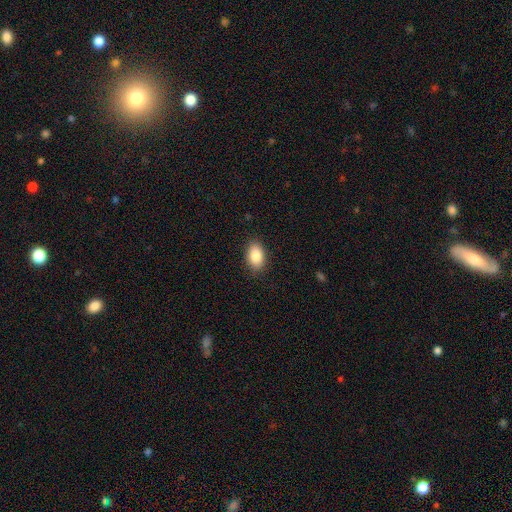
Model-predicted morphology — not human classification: Smooth or featured?
  - smooth: 87% *
  - star or artifact: 7%
  - featured or disk: 6%
How rounded?
  - in between: 90% *
  - round: 9%
  - cigar-shaped: 2%
Merging?
  - none: 87% *
  - minor disturbance: 9%
  - major disturbance: 2%
  - merger: 1%